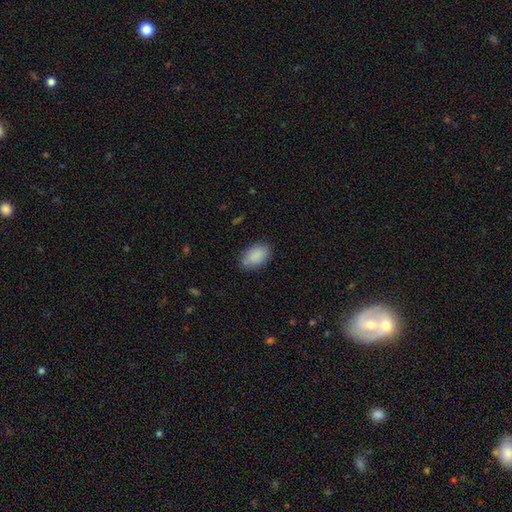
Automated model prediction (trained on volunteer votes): This is clearly a smooth galaxy (89%). How rounded: clearly in between (92%). Merging: clearly none (83%).